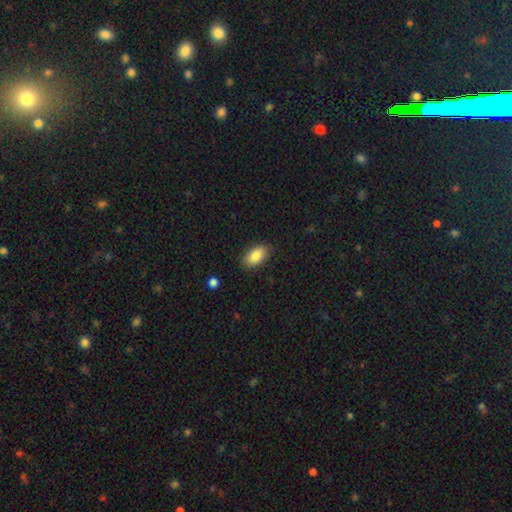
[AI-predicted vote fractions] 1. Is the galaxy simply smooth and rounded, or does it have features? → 85% smooth, 8% featured or disk, 7% star or artifact.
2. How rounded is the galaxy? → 92% in between, 5% round, 3% cigar-shaped.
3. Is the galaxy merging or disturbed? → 87% none, 10% minor disturbance, 2% major disturbance, 1% merger.